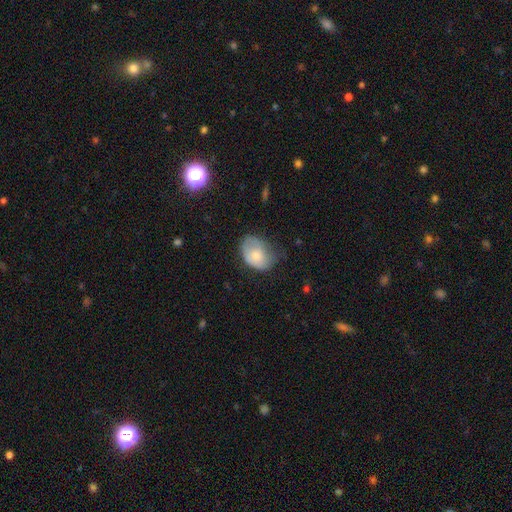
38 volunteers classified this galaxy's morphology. Volunteers were most divided on "merging": none: 46%, minor disturbance: 27%, major disturbance: 27%, merger: 0%. More confident: smooth or featured — smooth (79%); how rounded — in between (77%).